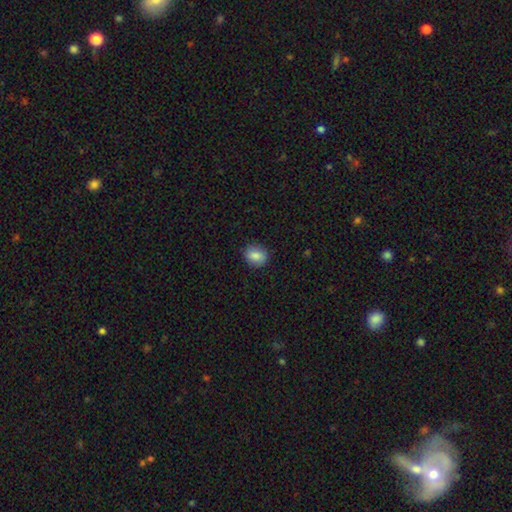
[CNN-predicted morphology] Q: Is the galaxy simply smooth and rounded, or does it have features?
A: smooth — 85%.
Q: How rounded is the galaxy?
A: round — 52%.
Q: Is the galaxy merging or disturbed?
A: none — 87%.